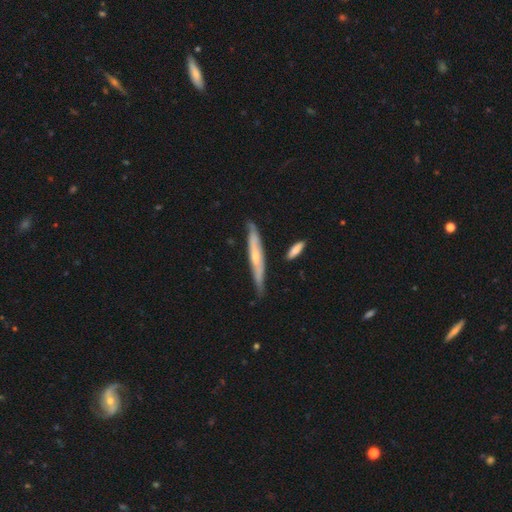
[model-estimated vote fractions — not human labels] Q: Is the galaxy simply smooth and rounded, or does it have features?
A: featured or disk — 62%.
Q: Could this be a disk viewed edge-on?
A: yes — 87%.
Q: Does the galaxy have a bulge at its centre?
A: rounded — 56%.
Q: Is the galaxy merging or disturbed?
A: none — 75%.